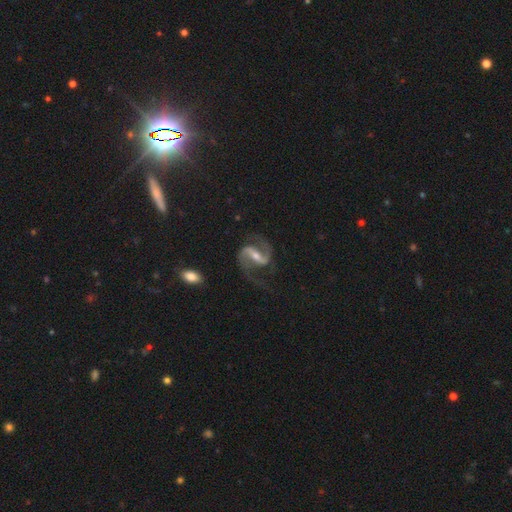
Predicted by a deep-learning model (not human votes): This appears to be a featured or disk galaxy (91%) with a strong bar (61%), 2 (93%) medium (56%) spiral arms (98%) and a moderate central bulge (47%). Merging: none (72%).